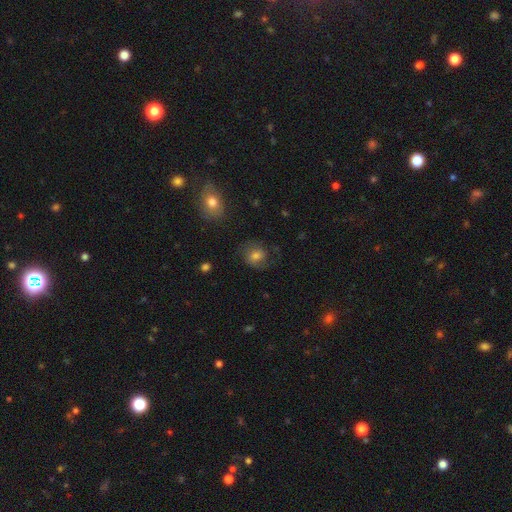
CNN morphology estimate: Smooth or featured?
  - smooth: 54% *
  - featured or disk: 34%
  - star or artifact: 12%
How rounded?
  - round: 66% *
  - in between: 33%
  - cigar-shaped: 1%
Merging?
  - none: 68% *
  - minor disturbance: 19%
  - major disturbance: 11%
  - merger: 2%